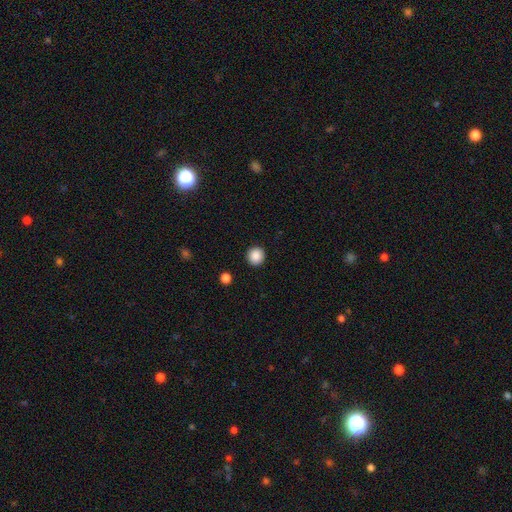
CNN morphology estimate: type=smooth (88%); roundness=round (94%); merging=none (92%).